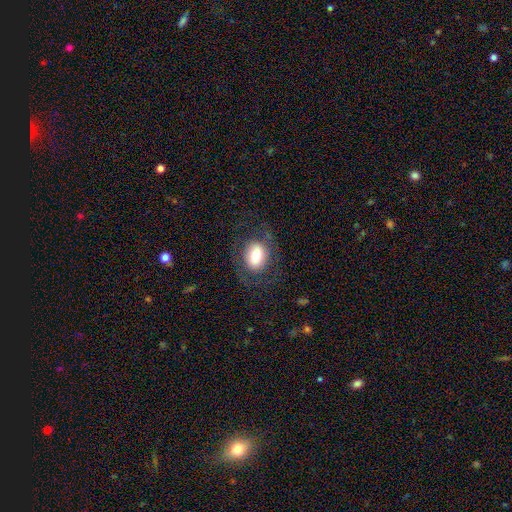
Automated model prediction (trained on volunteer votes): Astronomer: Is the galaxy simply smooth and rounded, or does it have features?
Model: smooth — 64%.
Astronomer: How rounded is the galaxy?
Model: in between — 68%.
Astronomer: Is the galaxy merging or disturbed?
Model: none — 72%.